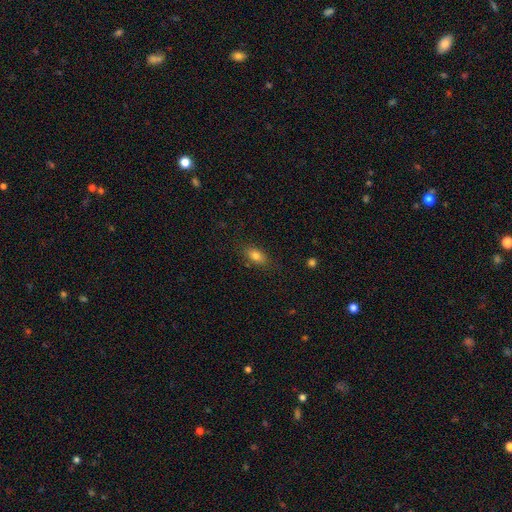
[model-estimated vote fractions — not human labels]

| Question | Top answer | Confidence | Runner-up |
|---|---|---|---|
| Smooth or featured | smooth | 79% | featured or disk (11%) |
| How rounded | in between | 84% | round (9%) |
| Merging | none | 82% | minor disturbance (13%) |